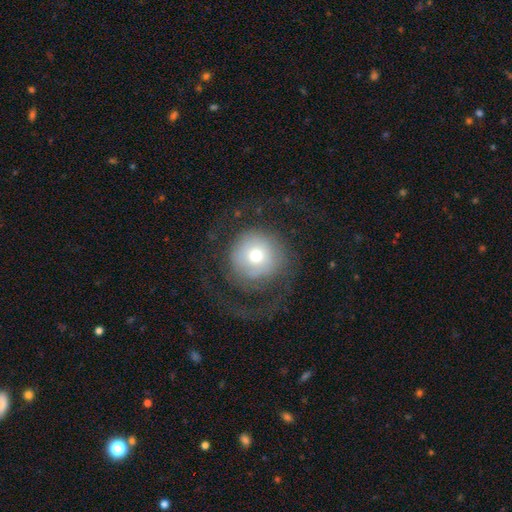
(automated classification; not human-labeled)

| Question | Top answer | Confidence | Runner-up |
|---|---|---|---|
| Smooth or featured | smooth | 57% | featured or disk (34%) |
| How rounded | round | 93% | in between (6%) |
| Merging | none | 50% | major disturbance (34%) |